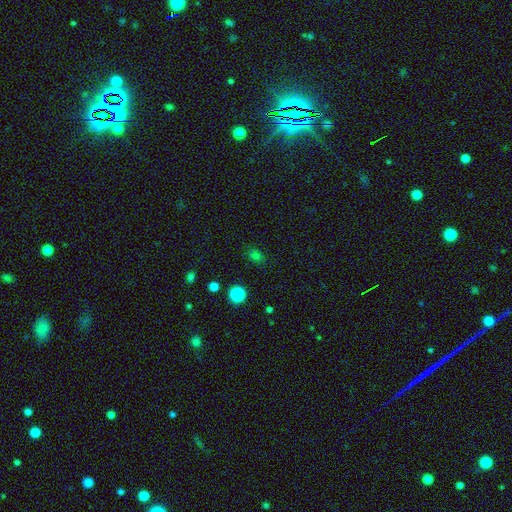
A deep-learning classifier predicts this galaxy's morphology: The model was most divided on "how rounded": round: 54%, in between: 44%, cigar-shaped: 1%. More confident: merging — none (84%); smooth or featured — smooth (71%).